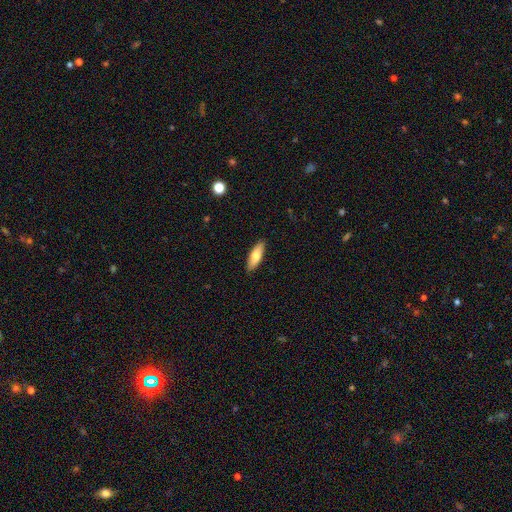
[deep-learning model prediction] Overall: smooth (73%). How rounded: in between (55%; cigar-shaped 43%). Merging: none (89%).